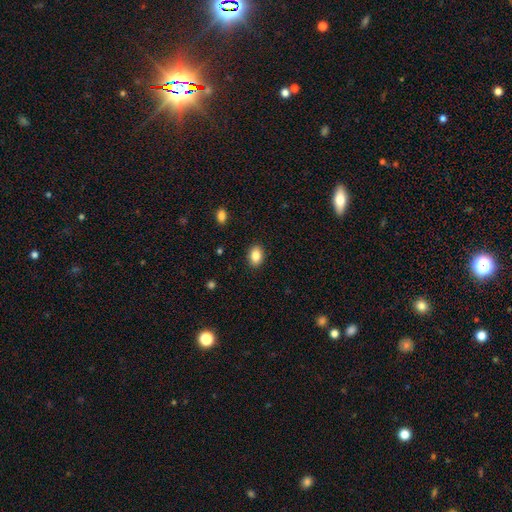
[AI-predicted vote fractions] Smooth or featured? Predicted: smooth (p=0.86). How rounded? Predicted: in between (p=0.80). Merging? Predicted: none (p=0.89).